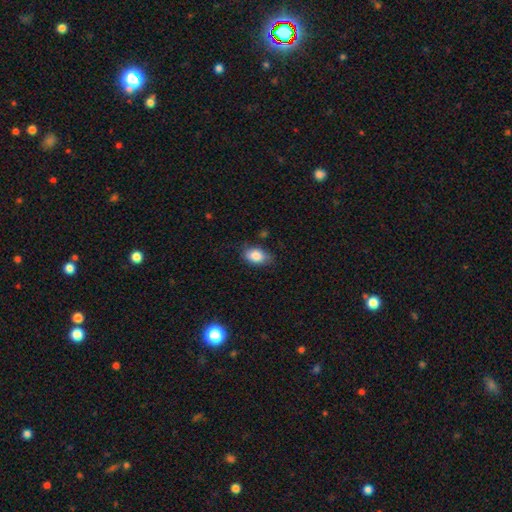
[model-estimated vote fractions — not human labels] Smooth or featured? smooth (85%)
How rounded? in between (85%)
Merging? none (71%)